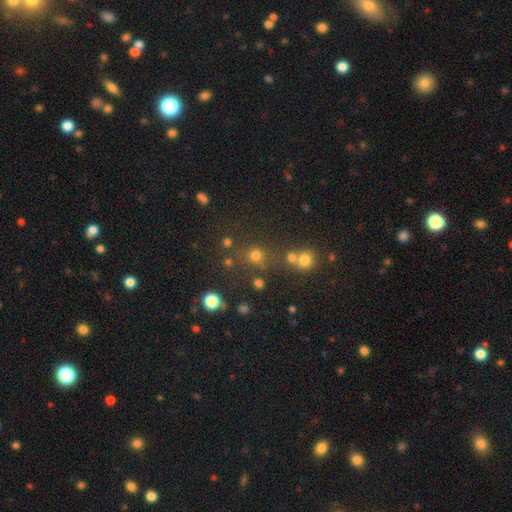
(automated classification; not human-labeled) Smooth or featured: smooth — 68% (star or artifact — 24%)
How rounded: round — 88% (in between — 11%)
Merging: none — 68% (merger — 17%)